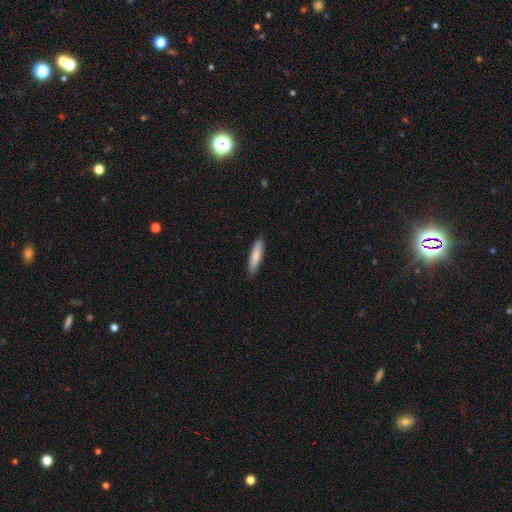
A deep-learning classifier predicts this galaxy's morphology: This appears to be a smooth galaxy with no disk features (83%) that is cigar-shaped (79%). Merging: none (88%).